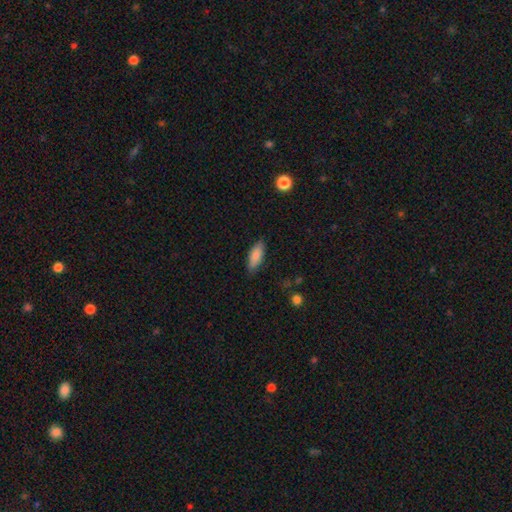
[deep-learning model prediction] Q: Smooth or featured?
A: smooth (85%); runner-up: featured or disk (9%)
Q: How rounded?
A: in between (73%); runner-up: cigar-shaped (25%)
Q: Merging?
A: none (83%); runner-up: minor disturbance (13%)